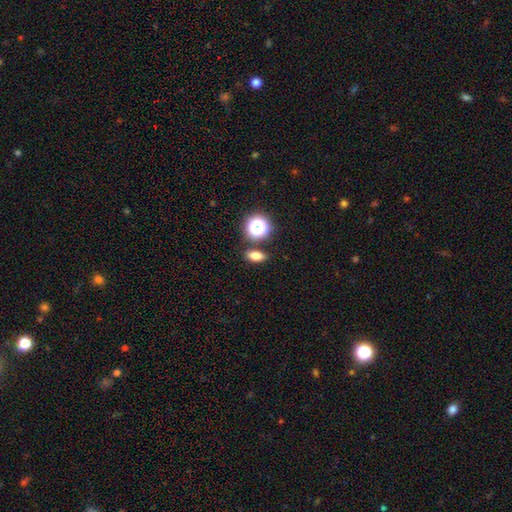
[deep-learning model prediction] Q: Smooth or featured?
A: smooth (73%); runner-up: star or artifact (17%)
Q: How rounded?
A: in between (73%); runner-up: round (20%)
Q: Merging?
A: none (81%); runner-up: minor disturbance (9%)